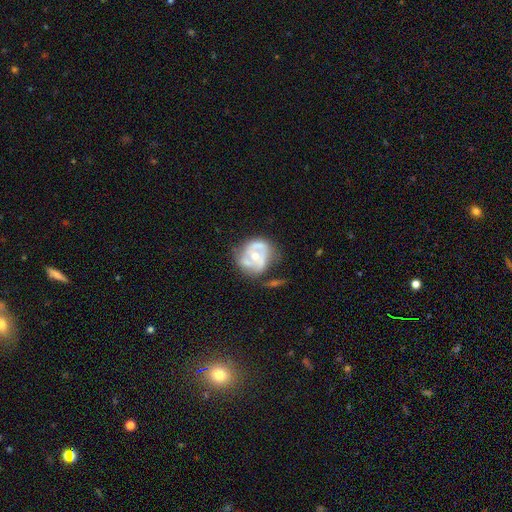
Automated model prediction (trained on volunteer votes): featured or disk 73%, smooth 21%, star or artifact 6%. Down the decision tree: edge-on disk — no (98%); bar — no (66%); spiral arms — yes (70%); spiral arm count — 2 (49%); spiral winding — medium (43%); bulge size — moderate (65%); merging — none (46%).